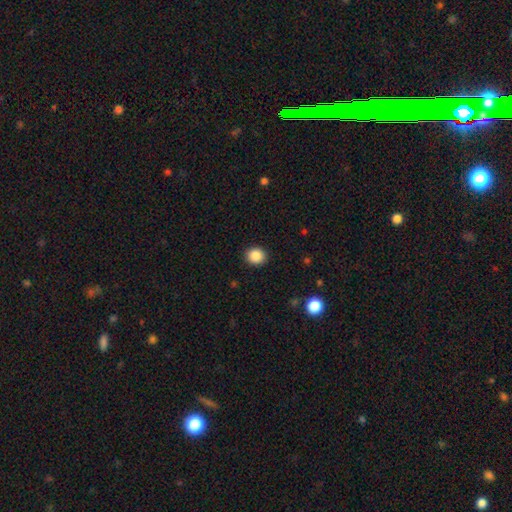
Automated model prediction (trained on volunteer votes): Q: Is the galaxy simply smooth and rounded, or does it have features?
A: smooth — 87%.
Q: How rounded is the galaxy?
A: round — 82%.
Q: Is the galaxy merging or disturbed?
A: none — 91%.